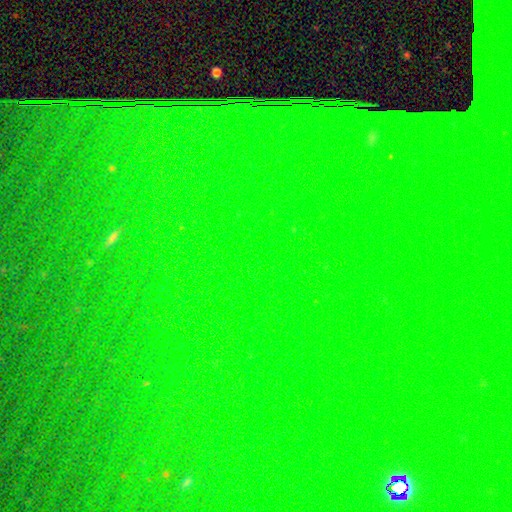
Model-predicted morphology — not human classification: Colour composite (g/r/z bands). It shows a star or artifact, not a galaxy (84%).